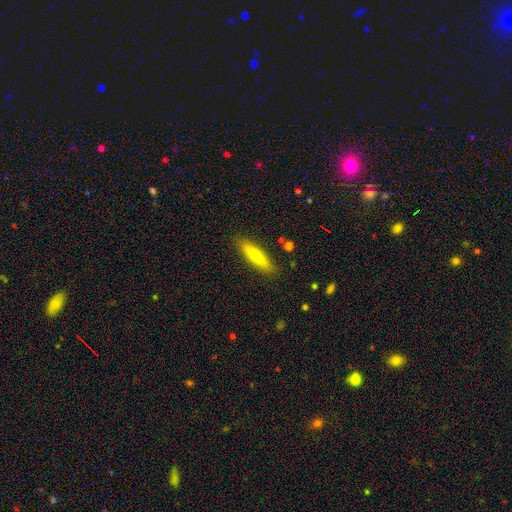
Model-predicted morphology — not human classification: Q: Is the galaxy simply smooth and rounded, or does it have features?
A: smooth — 62%.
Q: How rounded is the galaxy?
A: cigar-shaped — 77%.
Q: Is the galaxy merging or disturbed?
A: none — 88%.